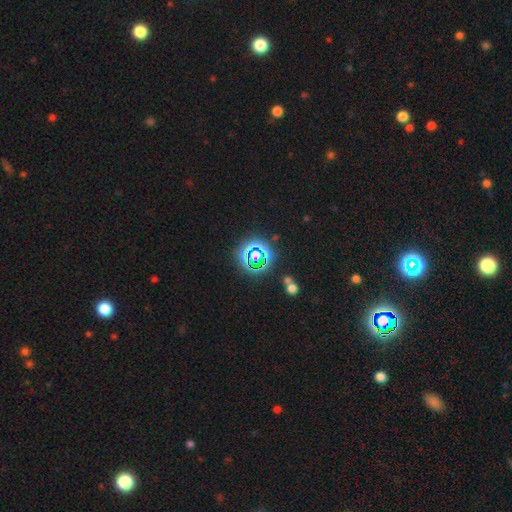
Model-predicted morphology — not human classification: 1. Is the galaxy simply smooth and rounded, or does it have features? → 68% star or artifact, 20% smooth, 12% featured or disk.